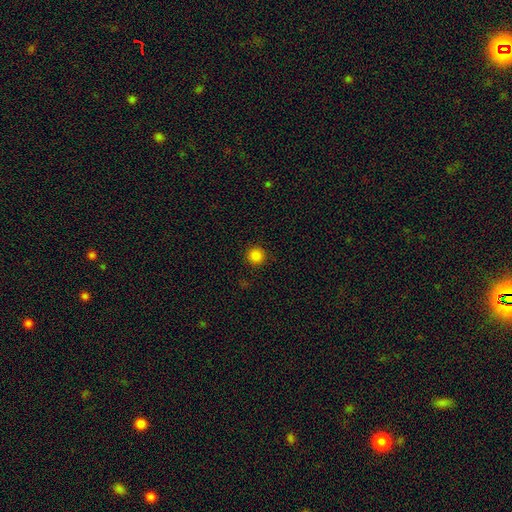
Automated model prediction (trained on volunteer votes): This is clearly a smooth galaxy (85%). How rounded: clearly round (95%). Merging: clearly none (92%).